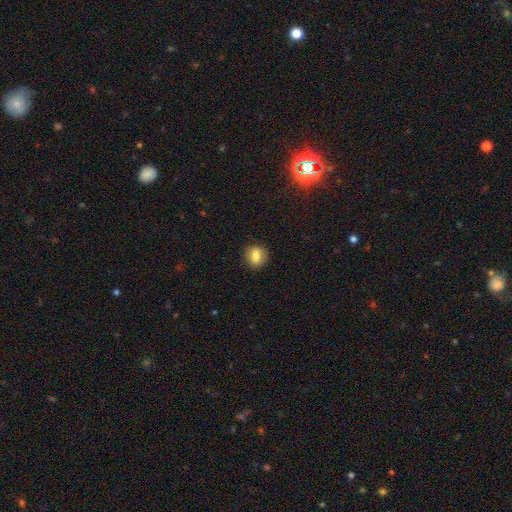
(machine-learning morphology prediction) This appears to be a smooth galaxy with no disk features (80%) that is round (67%). Merging: none (86%).